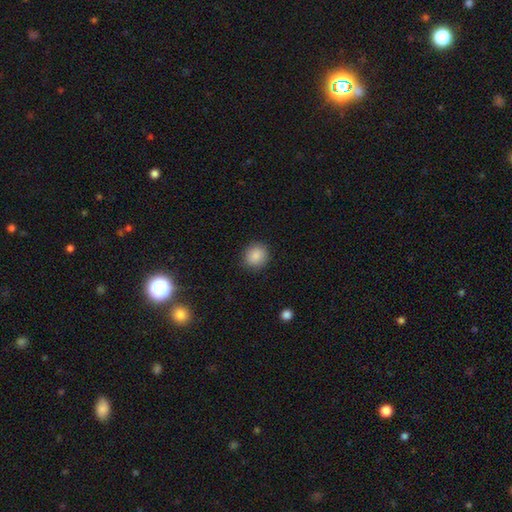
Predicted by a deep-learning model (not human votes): smooth 87%, star or artifact 8%, featured or disk 4%. Down the decision tree: how rounded — round (87%); merging — none (89%).